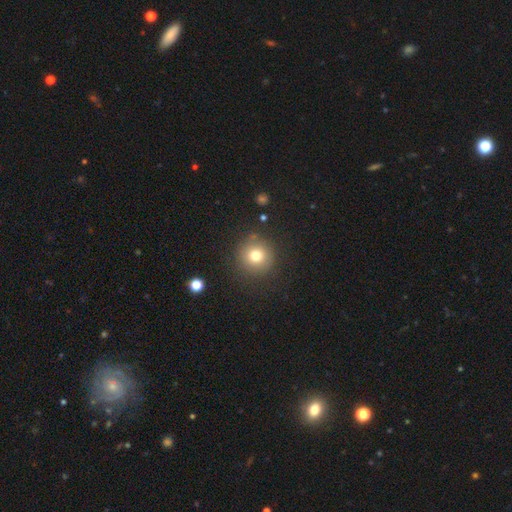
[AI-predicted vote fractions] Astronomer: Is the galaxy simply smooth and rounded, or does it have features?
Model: smooth — 76%.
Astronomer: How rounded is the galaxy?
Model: round — 94%.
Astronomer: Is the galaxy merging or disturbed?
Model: none — 86%.